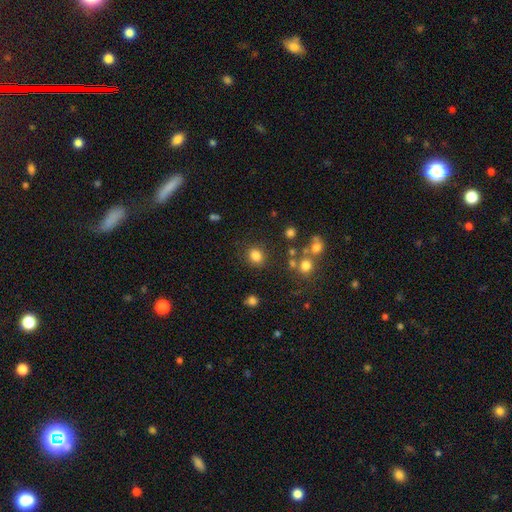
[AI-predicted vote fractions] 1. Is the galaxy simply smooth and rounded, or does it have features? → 82% smooth, 13% star or artifact, 5% featured or disk.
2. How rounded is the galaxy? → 73% round, 26% in between, 1% cigar-shaped.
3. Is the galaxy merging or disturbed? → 85% none, 9% minor disturbance, 4% major disturbance, 3% merger.